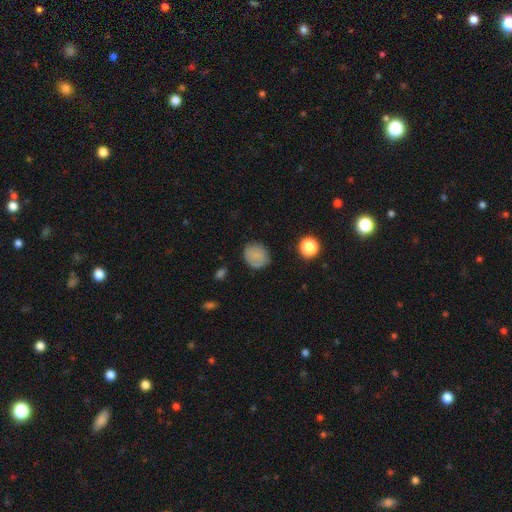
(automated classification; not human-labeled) smooth_or_featured: smooth (p=0.82) [alt: star or artifact p=0.11]
how_rounded: round (p=0.79) [alt: in between p=0.20]
merging: none (p=0.81) [alt: minor disturbance p=0.14]